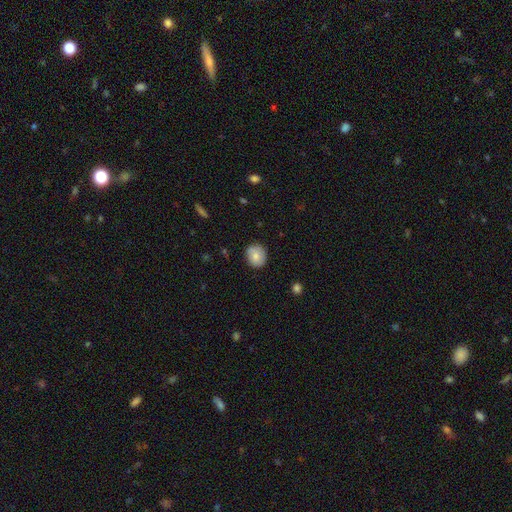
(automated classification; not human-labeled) This appears to be a smooth galaxy with no disk features (78%) that is round (80%). Merging: none (83%).